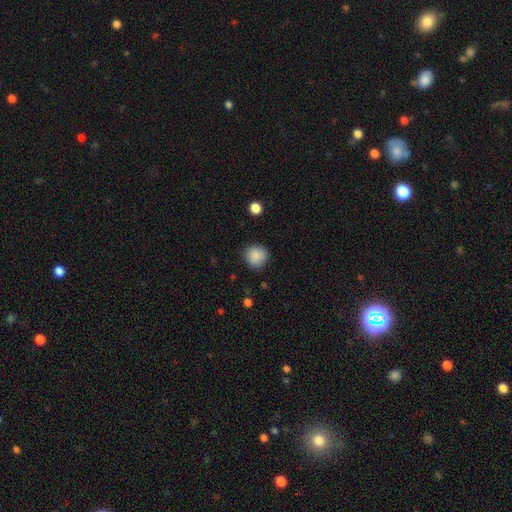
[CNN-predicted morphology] smooth-or-featured: smooth: 87% | star or artifact: 9% | featured or disk: 4%
  how-rounded: round: 90% | in between: 9% | cigar-shaped: 1%
  merging: none: 84% | minor disturbance: 12% | major disturbance: 3% | merger: 1%